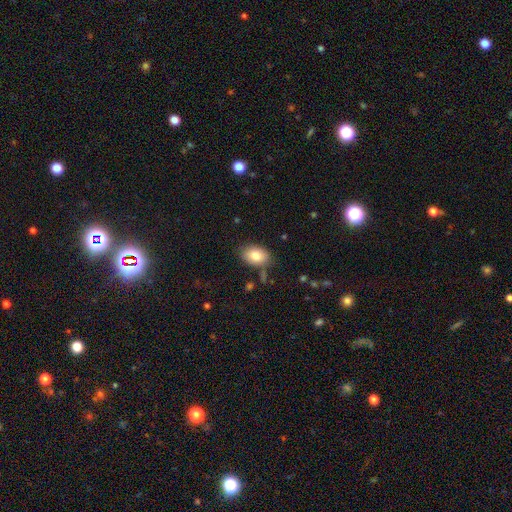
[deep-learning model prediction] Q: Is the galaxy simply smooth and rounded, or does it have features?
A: smooth — 82%.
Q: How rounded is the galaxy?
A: in between — 82%.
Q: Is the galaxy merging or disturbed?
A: none — 79%.